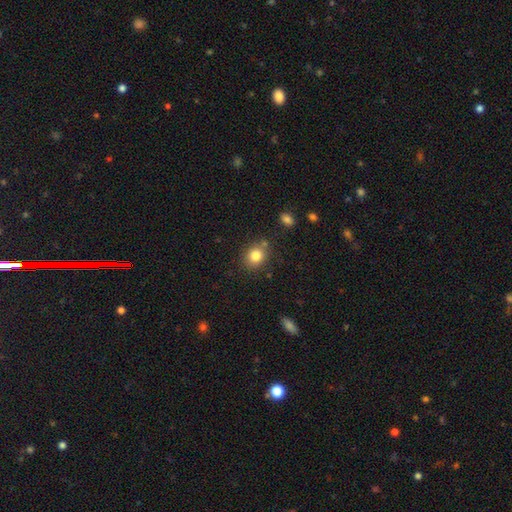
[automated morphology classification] smooth-or-featured: smooth: 82% | star or artifact: 11% | featured or disk: 7%
  how-rounded: round: 69% | in between: 30% | cigar-shaped: 1%
  merging: none: 78% | minor disturbance: 11% | merger: 7% | major disturbance: 3%